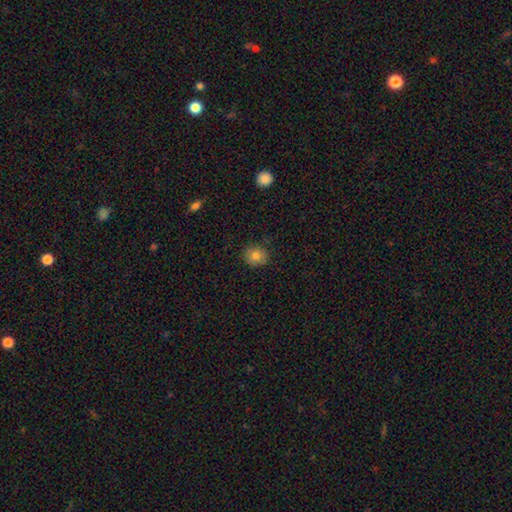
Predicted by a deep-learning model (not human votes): A smooth galaxy with no disk features (80%) that is round (81%).

Vote fractions:
- Smooth or featured? smooth: 80% / star or artifact: 11% / featured or disk: 8%
- How rounded? round: 81% / in between: 18% / cigar-shaped: 1%
- Merging? none: 86% / minor disturbance: 11% / major disturbance: 2% / merger: 1%